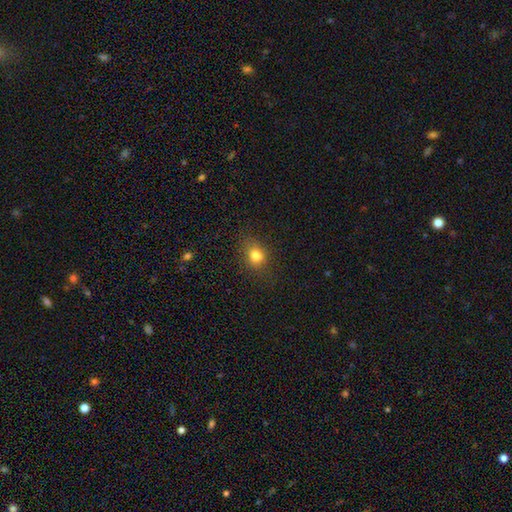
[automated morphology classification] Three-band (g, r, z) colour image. It shows a smooth galaxy with no disk features (81%) that is round (58%). Merging: none (77%).